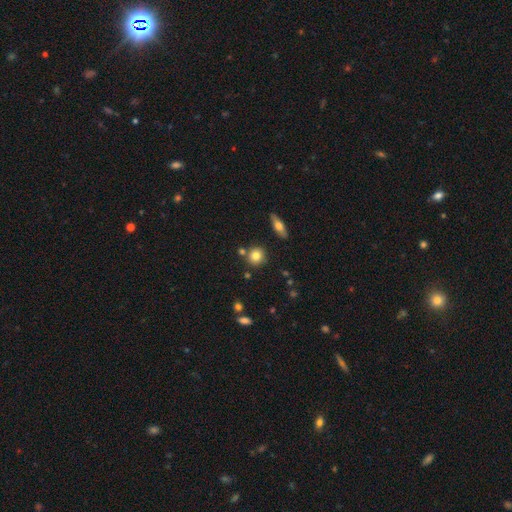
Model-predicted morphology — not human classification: Smooth or featured: smooth — 78% (featured or disk — 11%)
How rounded: round — 86% (in between — 13%)
Merging: none — 78% (merger — 10%)